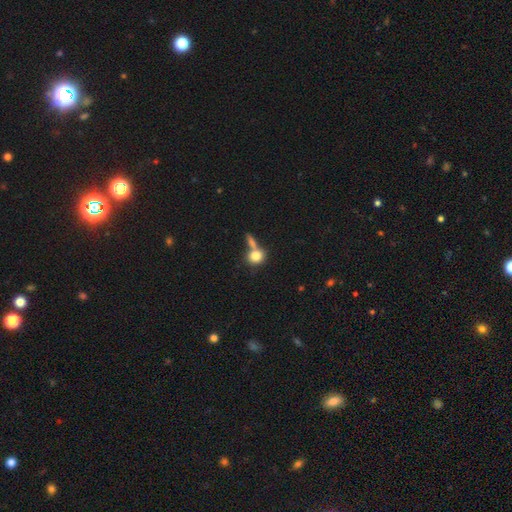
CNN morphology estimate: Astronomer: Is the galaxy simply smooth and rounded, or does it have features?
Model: smooth — 80%.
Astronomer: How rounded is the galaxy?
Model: round — 71%.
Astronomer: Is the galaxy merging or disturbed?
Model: merger — 42% (runner-up: none, 41%).